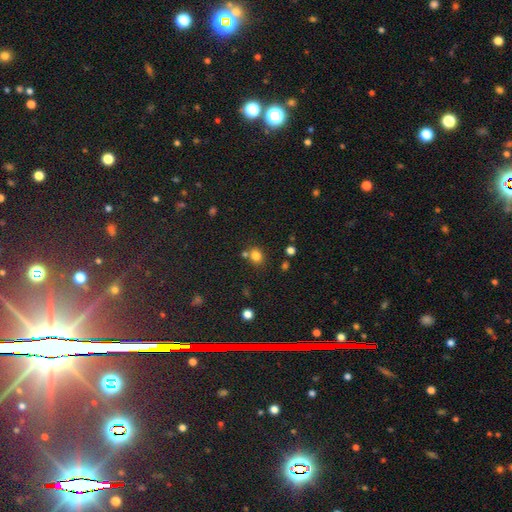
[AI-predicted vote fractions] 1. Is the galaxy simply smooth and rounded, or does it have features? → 79% smooth, 14% star or artifact, 6% featured or disk.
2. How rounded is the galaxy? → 67% round, 32% in between, 1% cigar-shaped.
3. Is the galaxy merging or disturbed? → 67% none, 18% merger, 11% minor disturbance, 3% major disturbance.